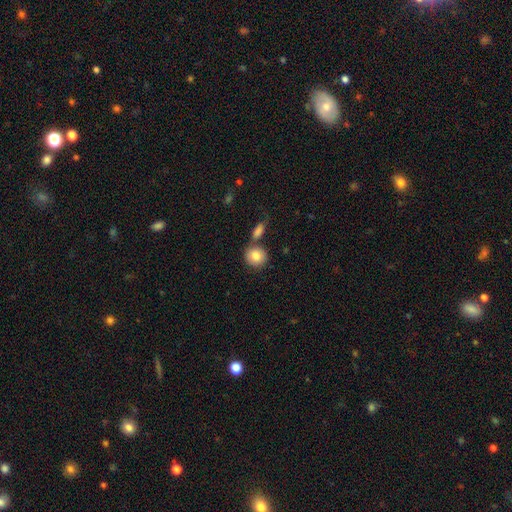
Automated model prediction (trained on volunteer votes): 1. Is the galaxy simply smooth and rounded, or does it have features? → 83% smooth, 10% featured or disk, 7% star or artifact.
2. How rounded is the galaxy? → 86% round, 13% in between, 1% cigar-shaped.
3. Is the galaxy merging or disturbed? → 66% none, 19% merger, 11% minor disturbance, 4% major disturbance.